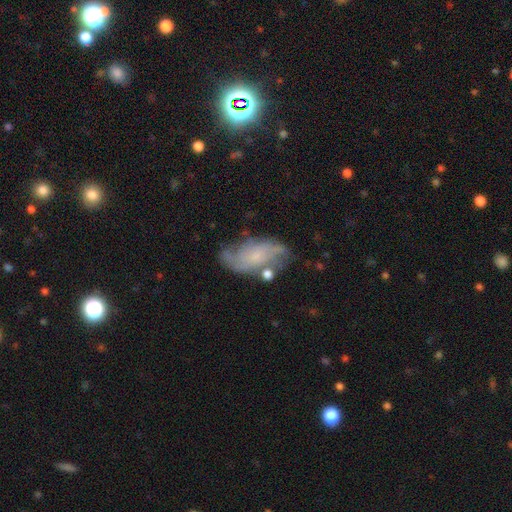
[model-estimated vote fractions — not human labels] featured or disk 68%, smooth 24%, star or artifact 8%. Down the decision tree: edge-on disk — no (95%); bar — no (70%); spiral arms — yes (86%); spiral arm count — 2 (64%); spiral winding — medium (39%); bulge size — small (72%); merging — none (57%).